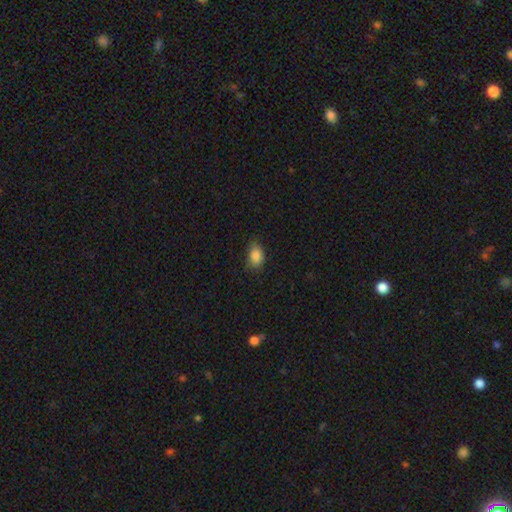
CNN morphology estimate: Smooth or featured: smooth — 87% (star or artifact — 9%)
How rounded: in between — 78% (round — 21%)
Merging: none — 68% (minor disturbance — 26%)